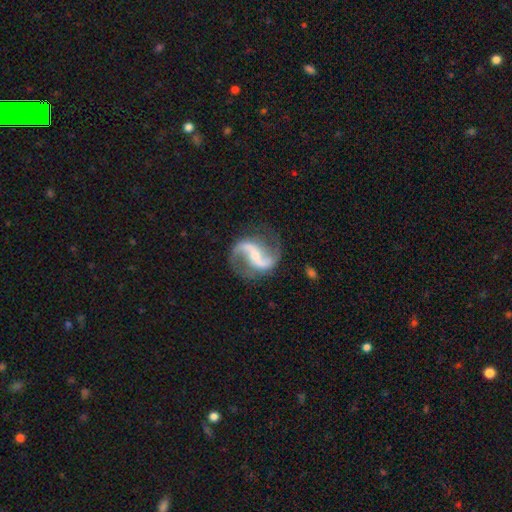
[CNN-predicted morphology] Smooth or featured? featured or disk (91%)
Edge-on disk? no (97%)
Bar? strong (41%)
Spiral arms? yes (97%)
Spiral winding? loose (63%)
Spiral arm count? 2 (94%)
Bulge size? small (60%)
Merging? none (78%)